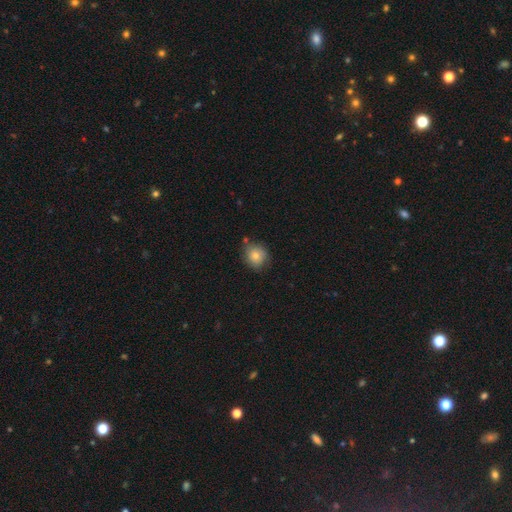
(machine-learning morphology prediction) Smooth or featured? smooth (80%)
How rounded? round (87%)
Merging? none (74%)